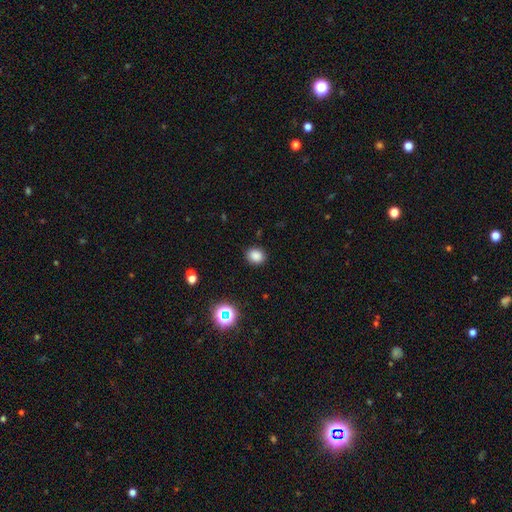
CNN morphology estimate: Smooth or featured? Predicted: smooth (p=0.83). How rounded? Predicted: round (p=0.56). Merging? Predicted: none (p=0.88).